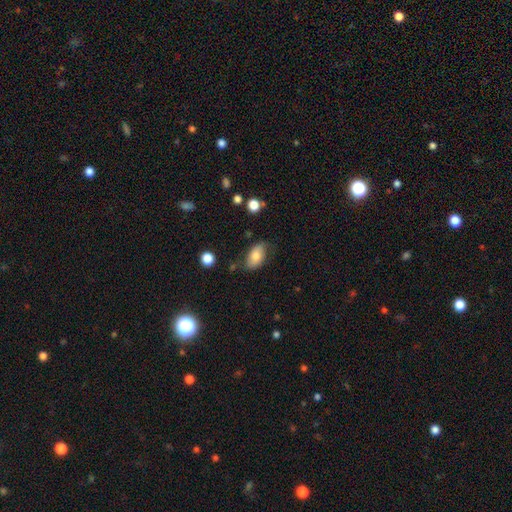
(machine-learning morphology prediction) Q: Smooth or featured?
A: smooth (73%); runner-up: featured or disk (19%)
Q: How rounded?
A: in between (92%); runner-up: round (6%)
Q: Merging?
A: none (66%); runner-up: minor disturbance (25%)